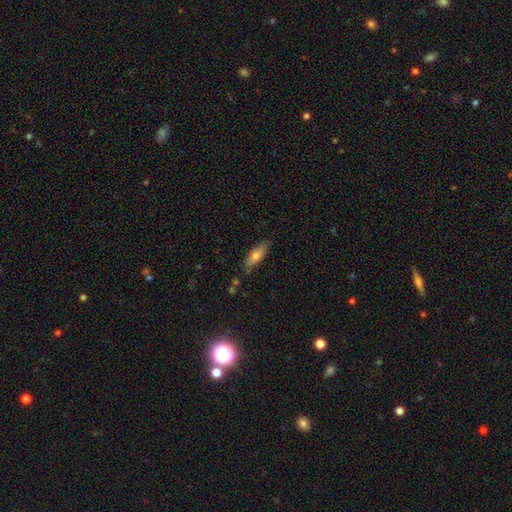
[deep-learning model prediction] Smooth or featured? Predicted: smooth (p=0.73). How rounded? Predicted: in between (p=0.63). Merging? Predicted: none (p=0.77).